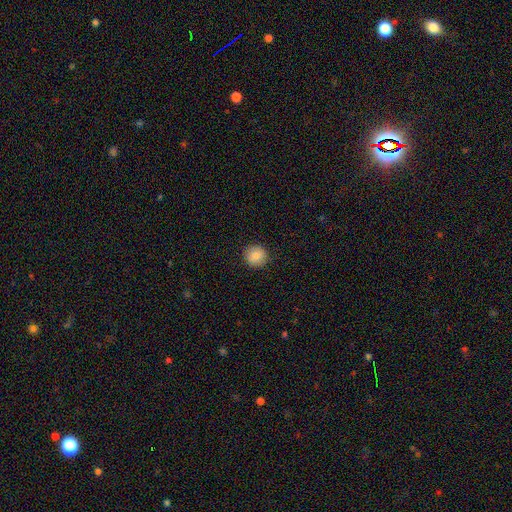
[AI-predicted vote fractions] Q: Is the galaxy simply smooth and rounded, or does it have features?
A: smooth — 85%.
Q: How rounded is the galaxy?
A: round — 93%.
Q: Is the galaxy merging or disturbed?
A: none — 91%.